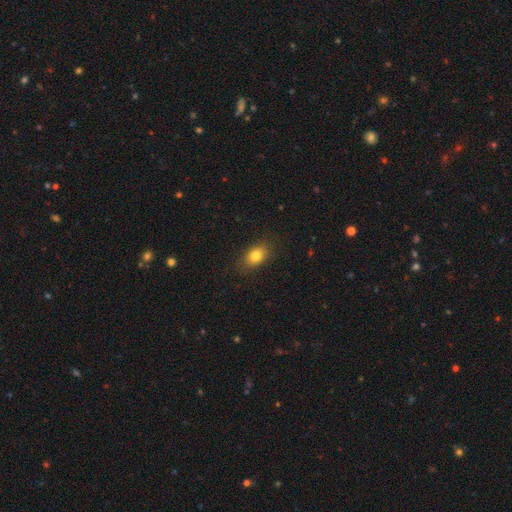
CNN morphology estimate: type=smooth (81%); roundness=in between (80%); merging=none (85%).